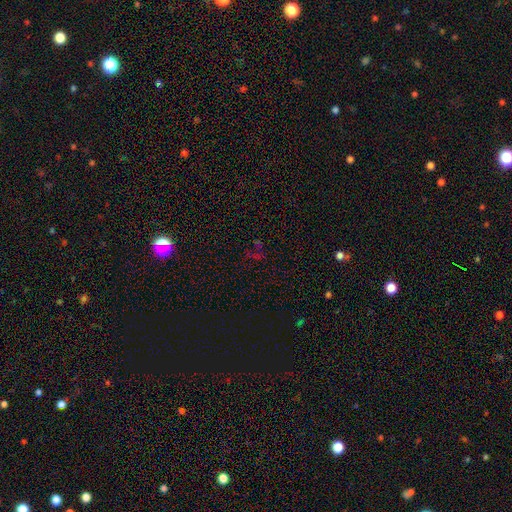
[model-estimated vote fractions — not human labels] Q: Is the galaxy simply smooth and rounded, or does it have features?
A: star or artifact — 65%.